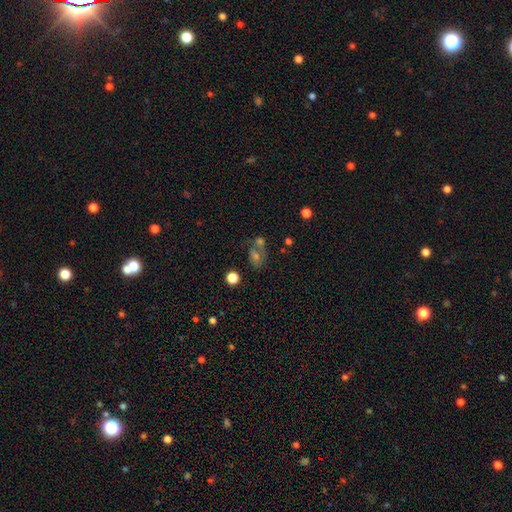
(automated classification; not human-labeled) This is marginally a smooth galaxy (41%). Merging: possibly none (46%).